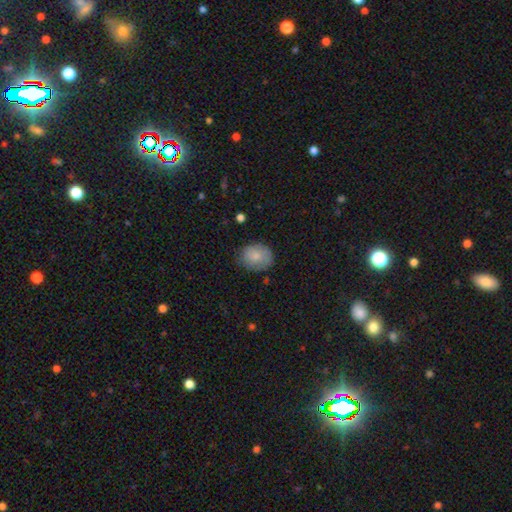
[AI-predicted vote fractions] The model was most divided on "how rounded": round: 53%, in between: 46%, cigar-shaped: 1%. More confident: smooth or featured — smooth (79%); merging — none (73%).